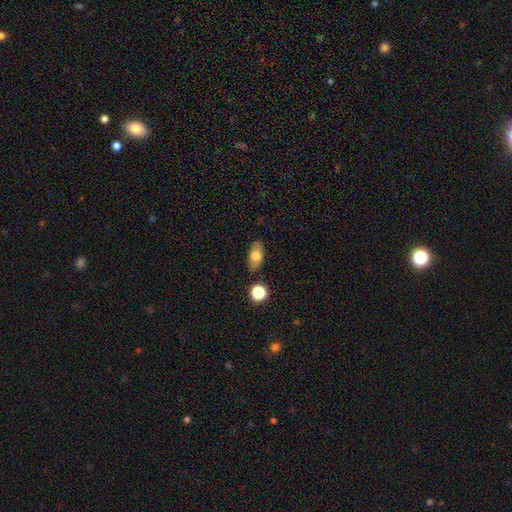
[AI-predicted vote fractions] Overall: smooth (73%). How rounded: in between (87%). Merging: none (84%).